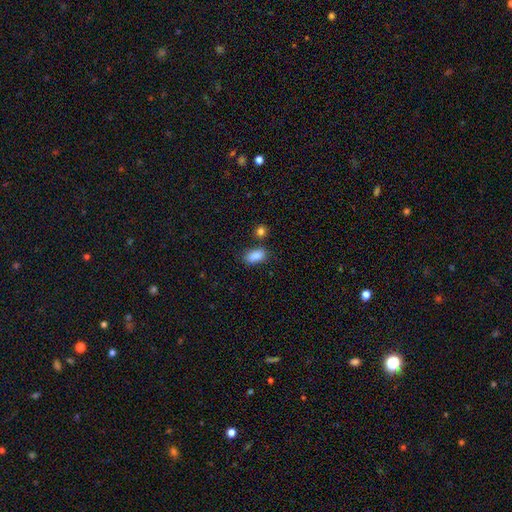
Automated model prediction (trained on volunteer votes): This is clearly a smooth galaxy (87%). How rounded: clearly in between (90%). Merging: likely none (74%).